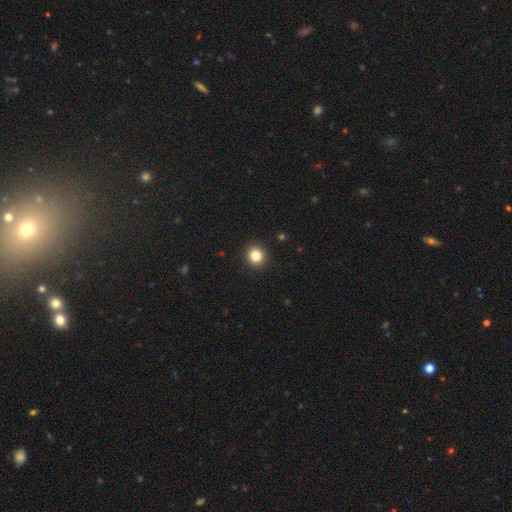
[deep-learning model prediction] A smooth galaxy with no disk features (83%) that is round (90%).

Vote fractions:
- Smooth or featured? smooth: 83% / star or artifact: 11% / featured or disk: 6%
- How rounded? round: 90% / in between: 9% / cigar-shaped: 1%
- Merging? none: 93% / minor disturbance: 5% / major disturbance: 2% / merger: 1%